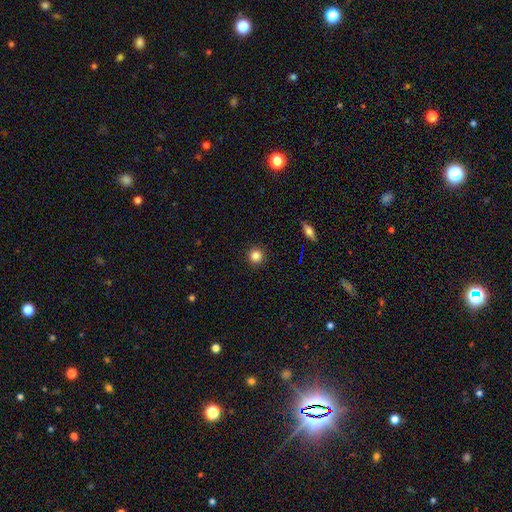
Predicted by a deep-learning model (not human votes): The model was most divided on "smooth or featured": smooth: 84%, star or artifact: 11%, featured or disk: 5%. More confident: how rounded — round (95%); merging — none (92%).